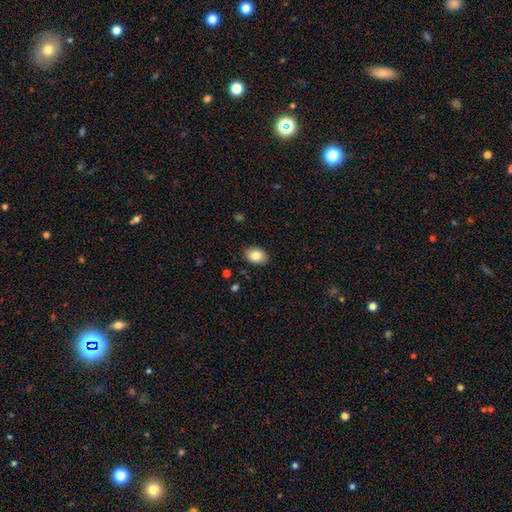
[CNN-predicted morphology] A smooth galaxy with no disk features (84%) that is in between round and cigar-shaped (79%). Merging: none (88%).